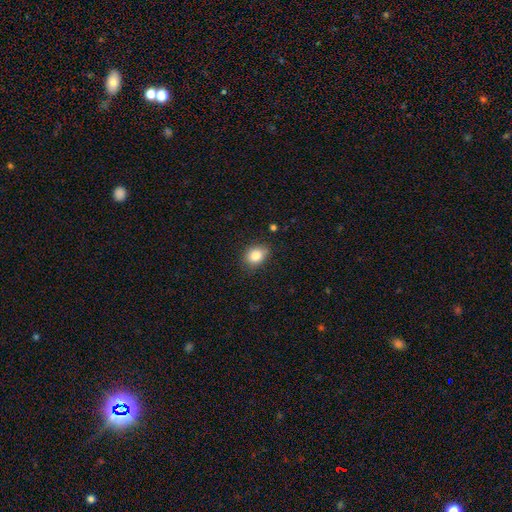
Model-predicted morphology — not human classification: Smooth or featured: smooth — 84% (star or artifact — 10%)
How rounded: in between — 57% (round — 42%)
Merging: none — 81% (minor disturbance — 14%)